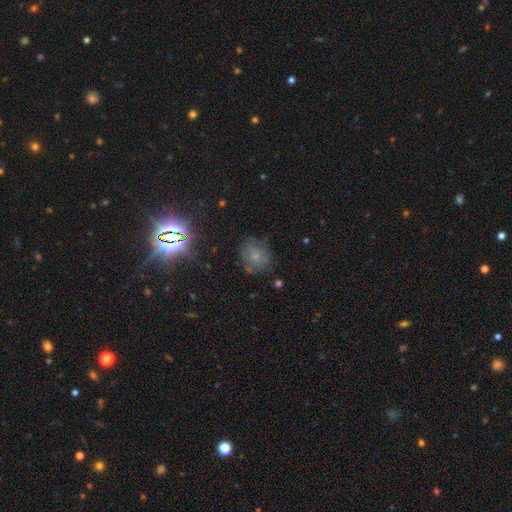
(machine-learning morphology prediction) Overall: smooth (52%; featured or disk 26%). How rounded: round (63%; in between 35%). Merging: none (68%).